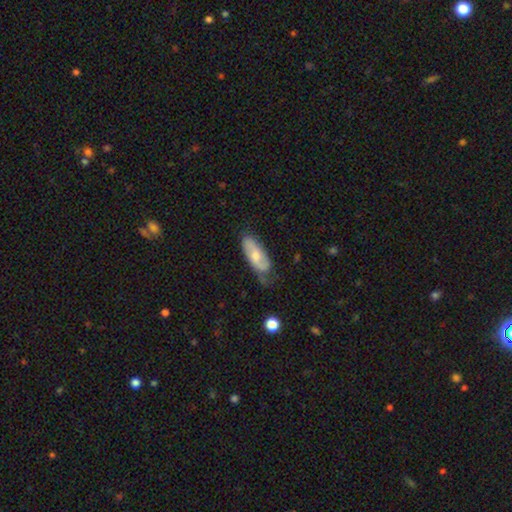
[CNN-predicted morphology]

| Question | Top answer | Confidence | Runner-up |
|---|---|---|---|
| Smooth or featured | smooth | 50% | featured or disk (44%) |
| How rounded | in between | 77% | cigar-shaped (20%) |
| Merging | none | 56% | minor disturbance (32%) |